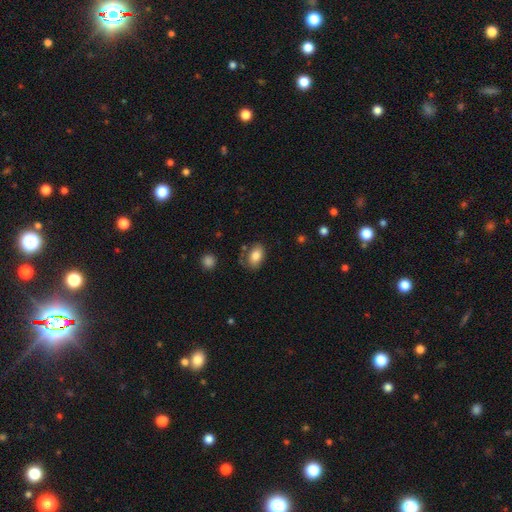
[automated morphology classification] smooth 80%, featured or disk 12%, star or artifact 8%. Down the decision tree: how rounded — in between (88%); merging — none (67%).